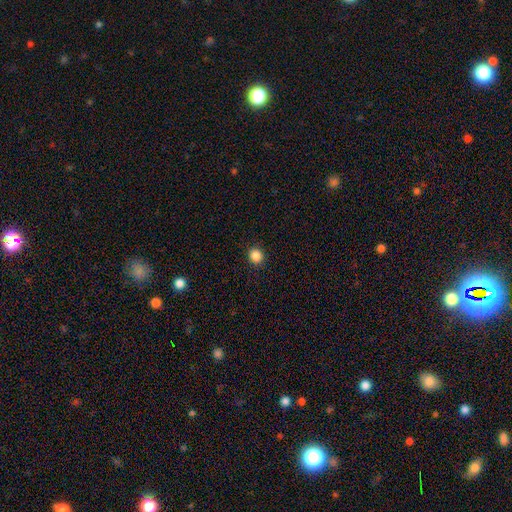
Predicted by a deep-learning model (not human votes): A smooth galaxy with no disk features (86%) that is round (89%). Merging: none (93%).